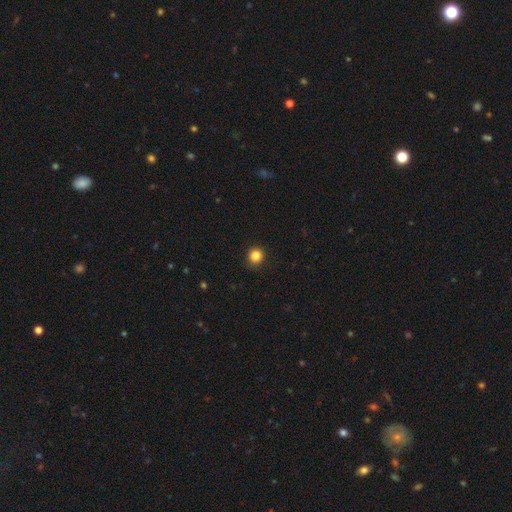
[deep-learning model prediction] This appears to be a smooth galaxy with no disk features (84%) that is round (91%). Merging: none (90%).